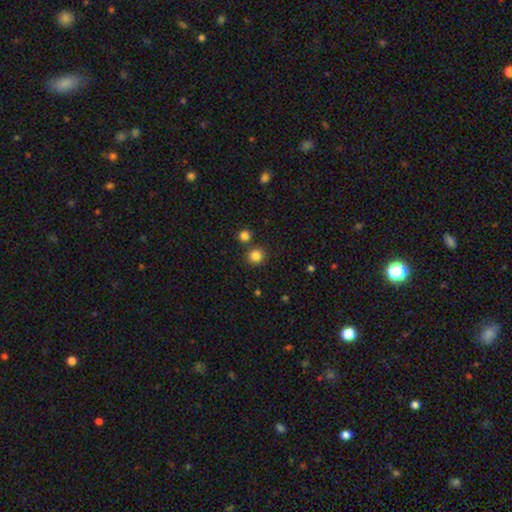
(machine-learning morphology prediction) This is clearly a smooth galaxy (84%). How rounded: clearly round (90%). Merging: clearly none (81%).